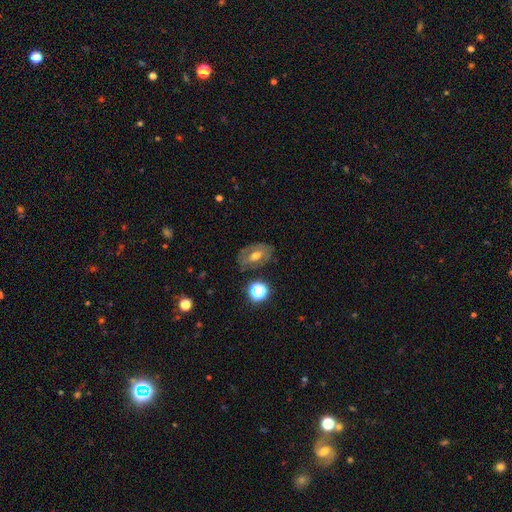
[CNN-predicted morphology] smooth-or-featured: smooth: 44% | featured or disk: 43% | star or artifact: 12%
  merging: none: 71% | minor disturbance: 19% | major disturbance: 8% | merger: 3%